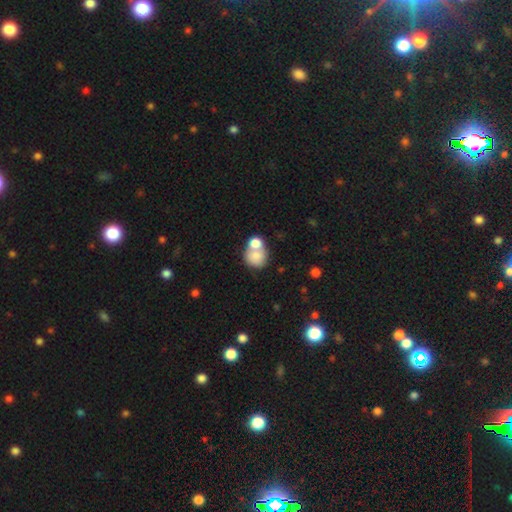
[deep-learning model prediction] A smooth galaxy with no disk features (77%) that is round (71%).

Vote fractions:
- Smooth or featured? smooth: 77% / featured or disk: 14% / star or artifact: 9%
- How rounded? round: 71% / in between: 28% / cigar-shaped: 1%
- Merging? merger: 50% / none: 34% / minor disturbance: 10% / major disturbance: 5%